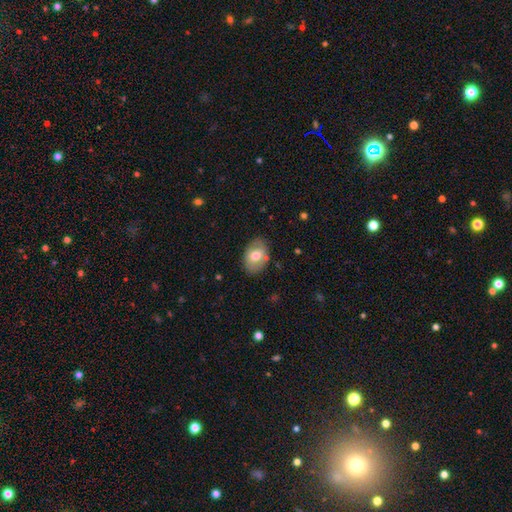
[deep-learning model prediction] A smooth galaxy with no disk features (64%) that is in between round and cigar-shaped (80%).

Vote fractions:
- Smooth or featured? smooth: 64% / featured or disk: 29% / star or artifact: 7%
- How rounded? in between: 80% / round: 19% / cigar-shaped: 1%
- Merging? none: 79% / minor disturbance: 16% / major disturbance: 4% / merger: 2%